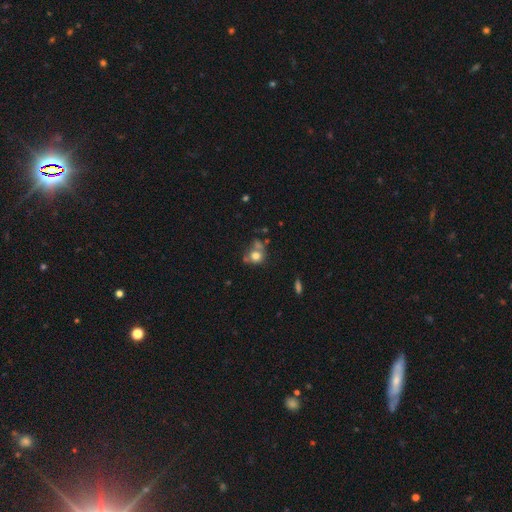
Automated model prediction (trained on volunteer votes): This appears to be a smooth galaxy with no disk features (72%) that is round (79%). Merging: none (49%).